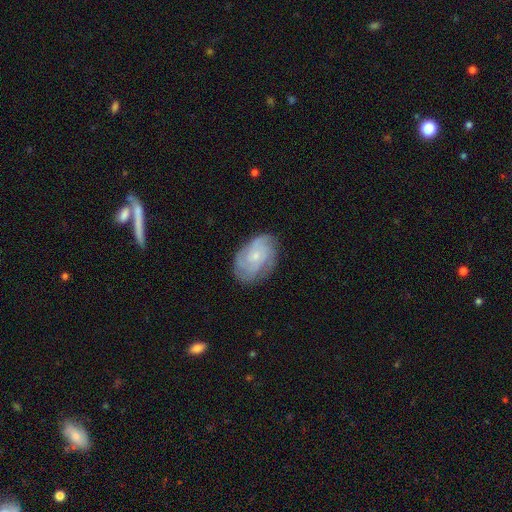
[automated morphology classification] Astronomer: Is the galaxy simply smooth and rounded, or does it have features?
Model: featured or disk — 73%.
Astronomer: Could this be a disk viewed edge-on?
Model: no — 97%.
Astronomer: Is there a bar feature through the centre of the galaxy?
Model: no — 76%.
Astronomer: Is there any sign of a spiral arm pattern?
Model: yes — 93%.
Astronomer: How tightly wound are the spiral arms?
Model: tight — 56% (runner-up: medium, 34%).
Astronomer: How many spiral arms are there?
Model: can't tell — 34% (runner-up: 3, 22%).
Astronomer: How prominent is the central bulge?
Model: small — 73%.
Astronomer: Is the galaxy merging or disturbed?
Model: none — 75%.